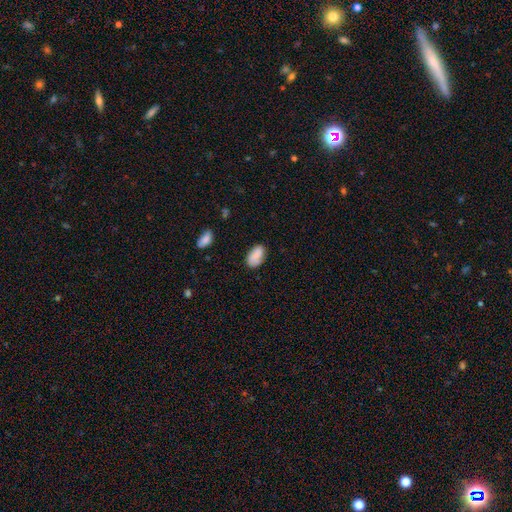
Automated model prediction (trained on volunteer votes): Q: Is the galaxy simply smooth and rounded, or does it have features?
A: smooth — 81%.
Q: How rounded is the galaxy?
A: in between — 93%.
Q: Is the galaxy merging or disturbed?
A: none — 71%.